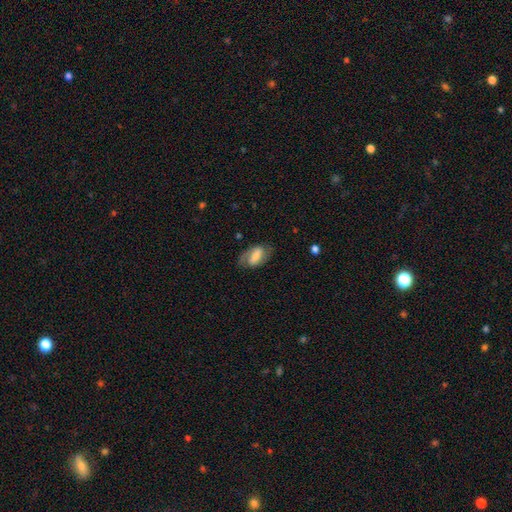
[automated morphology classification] Smooth or featured? featured or disk (56%)
Edge-on disk? no (95%)
Bar? strong (43%)
Spiral arms? yes (82%)
Bulge size? moderate (38%)
Merging? none (71%)